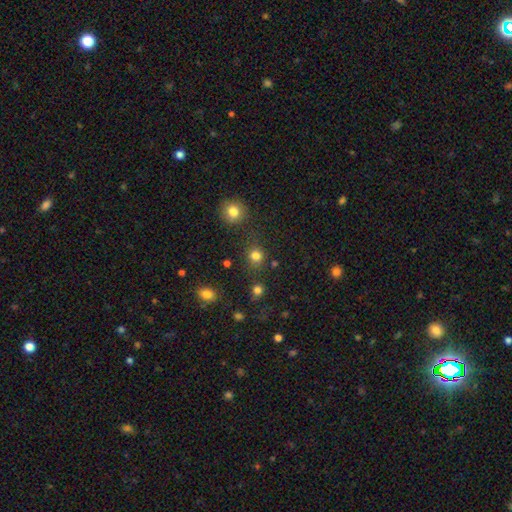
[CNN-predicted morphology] This is clearly a smooth galaxy (80%). How rounded: clearly round (86%). Merging: likely none (79%).